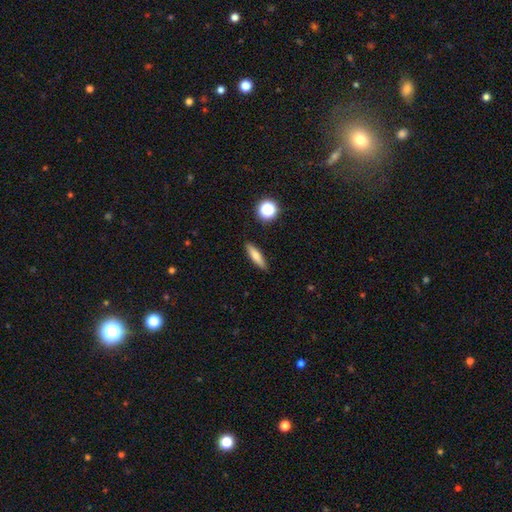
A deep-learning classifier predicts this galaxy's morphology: Overall: smooth (74%). How rounded: cigar-shaped (72%). Merging: none (89%).